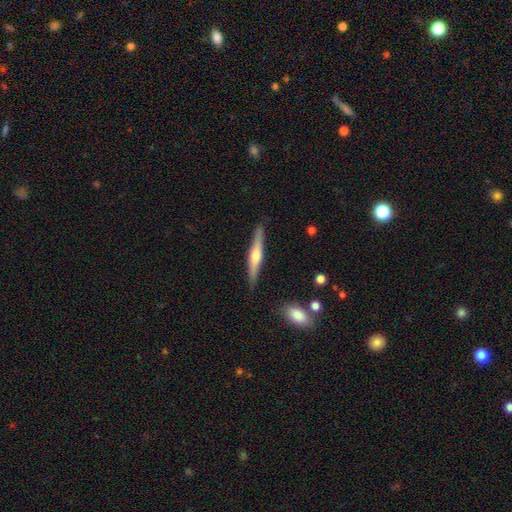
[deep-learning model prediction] A featured or disk galaxy (62%) viewed edge-on (97%) with a rounded central bulge (85%). Merging: none (88%).